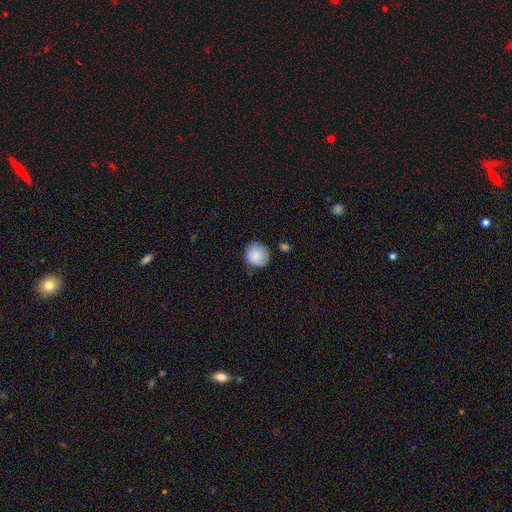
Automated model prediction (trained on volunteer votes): Smooth or featured: smooth — 83% (featured or disk — 9%)
How rounded: round — 84% (in between — 15%)
Merging: none — 71% (minor disturbance — 22%)